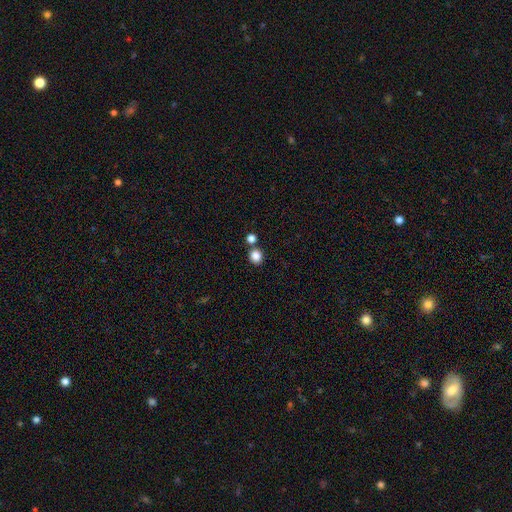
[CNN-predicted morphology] smooth_or_featured: smooth (p=0.85) [alt: star or artifact p=0.11]
how_rounded: round (p=0.78) [alt: in between p=0.21]
merging: none (p=0.72) [alt: merger p=0.17]